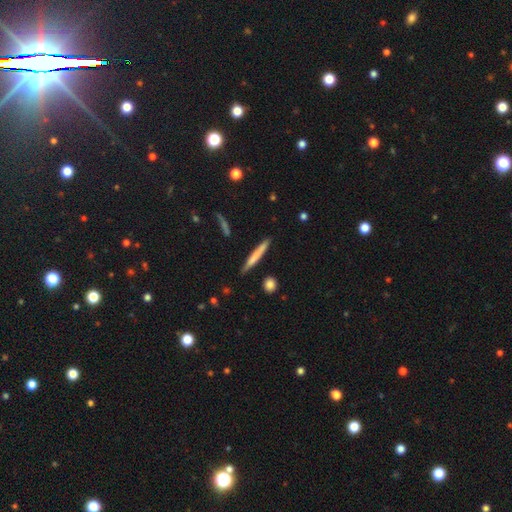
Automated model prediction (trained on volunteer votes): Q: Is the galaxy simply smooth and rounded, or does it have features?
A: smooth — 64%.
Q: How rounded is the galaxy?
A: cigar-shaped — 95%.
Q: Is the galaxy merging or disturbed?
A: none — 86%.